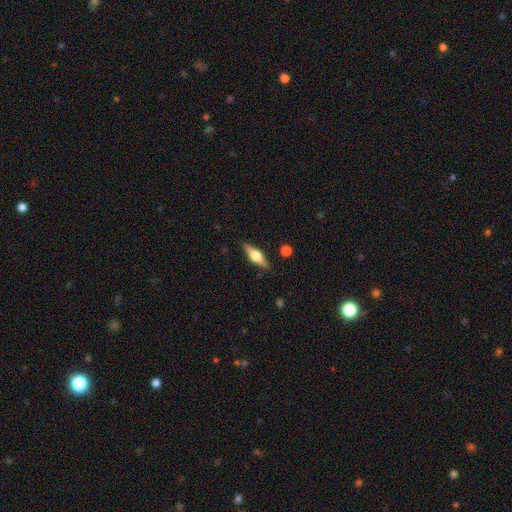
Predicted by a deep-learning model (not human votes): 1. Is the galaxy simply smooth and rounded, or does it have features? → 63% featured or disk, 30% smooth, 6% star or artifact.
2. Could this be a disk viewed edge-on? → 96% yes, 4% no.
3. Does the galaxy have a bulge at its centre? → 93% rounded, 5% boxy, 1% none.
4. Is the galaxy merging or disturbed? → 87% none, 9% minor disturbance, 2% major disturbance, 2% merger.